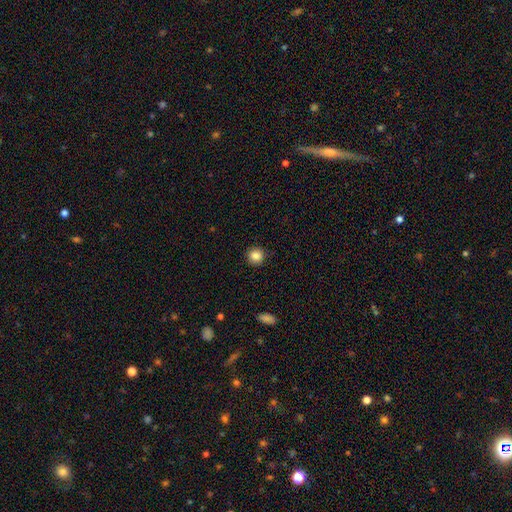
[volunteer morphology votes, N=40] type=smooth (88%); roundness=round (94%); merging=none (94%).